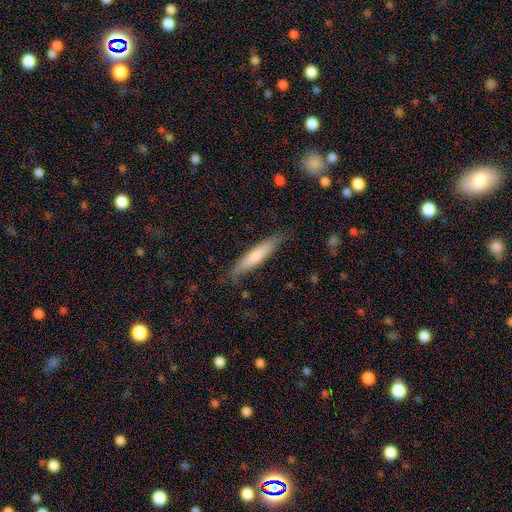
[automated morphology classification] A smooth galaxy with no disk features (71%) that is cigar-shaped (87%).

Vote fractions:
- Smooth or featured? smooth: 71% / featured or disk: 24% / star or artifact: 5%
- How rounded? cigar-shaped: 87% / in between: 12% / round: 1%
- Merging? none: 80% / minor disturbance: 15% / major disturbance: 3% / merger: 1%